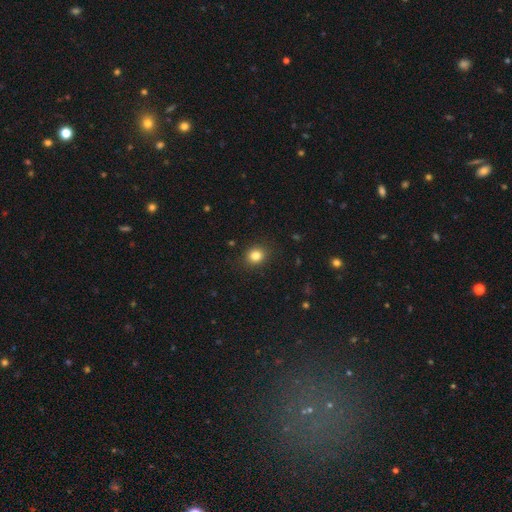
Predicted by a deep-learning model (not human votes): The model was most divided on "how rounded": round: 73%, in between: 26%, cigar-shaped: 1%. More confident: merging — none (89%); smooth or featured — smooth (82%).